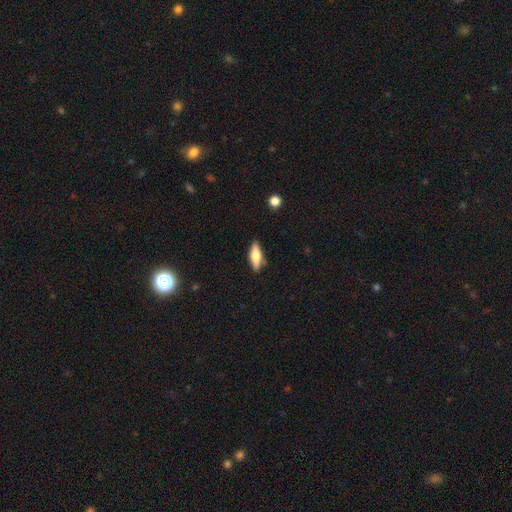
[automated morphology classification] This is possibly a smooth galaxy (57%). How rounded: possibly in between (54%). Merging: clearly none (84%).